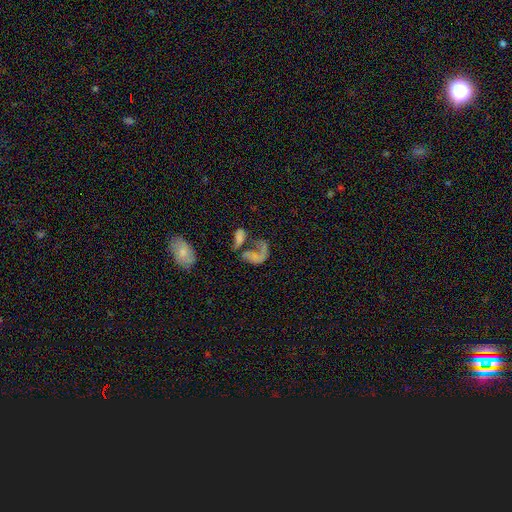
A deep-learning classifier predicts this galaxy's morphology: Overall: featured or disk (46%; smooth 40%). Merging: merger (46%; major disturbance 30%).